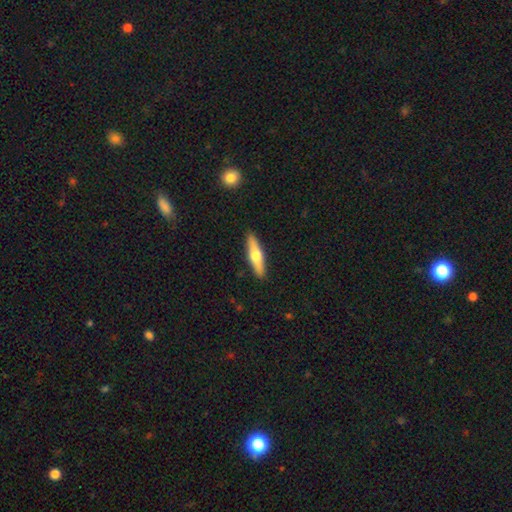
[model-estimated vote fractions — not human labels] Q: Smooth or featured?
A: smooth (48%); runner-up: featured or disk (47%)
Q: Merging?
A: none (90%); runner-up: minor disturbance (7%)